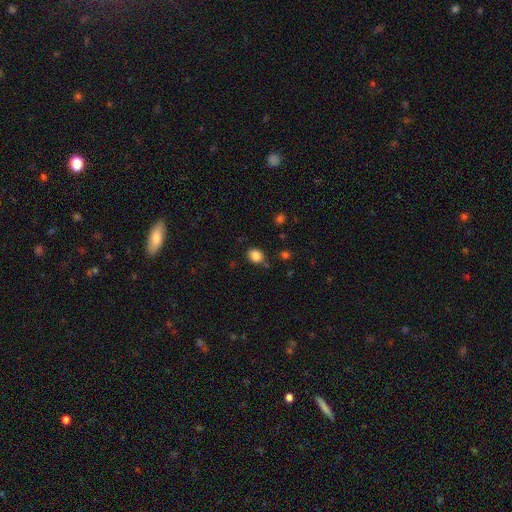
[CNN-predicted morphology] smooth_or_featured: smooth (p=0.85) [alt: star or artifact p=0.11]
how_rounded: round (p=0.61) [alt: in between p=0.38]
merging: none (p=0.79) [alt: minor disturbance p=0.13]